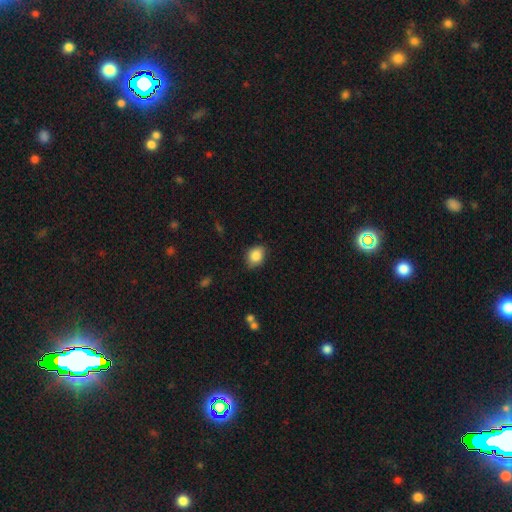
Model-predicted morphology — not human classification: smooth_or_featured: smooth (p=0.86) [alt: star or artifact p=0.08]
how_rounded: in between (p=0.56) [alt: round p=0.43]
merging: none (p=0.81) [alt: minor disturbance p=0.15]